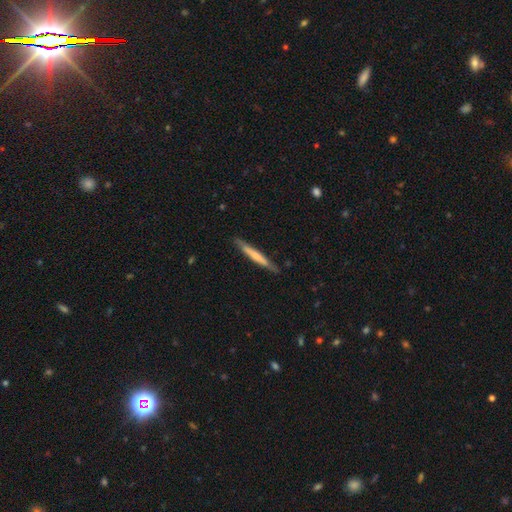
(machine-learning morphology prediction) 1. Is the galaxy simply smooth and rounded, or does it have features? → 54% smooth, 41% featured or disk, 5% star or artifact.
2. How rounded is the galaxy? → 96% cigar-shaped, 3% in between, 1% round.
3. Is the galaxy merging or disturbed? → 86% none, 11% minor disturbance, 2% major disturbance, 1% merger.